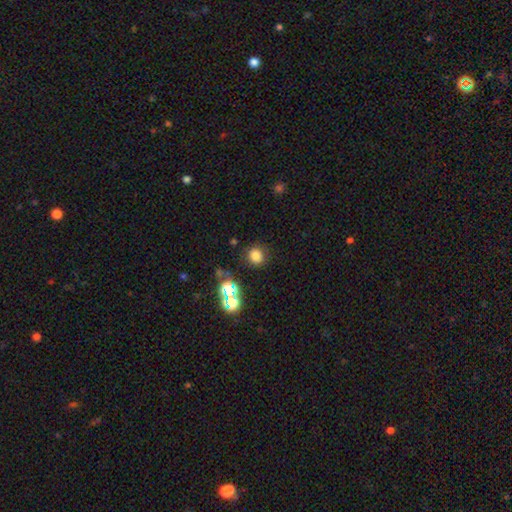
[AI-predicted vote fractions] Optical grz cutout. It shows a smooth galaxy with no disk features (77%) that is round (88%). Merging: none (83%).